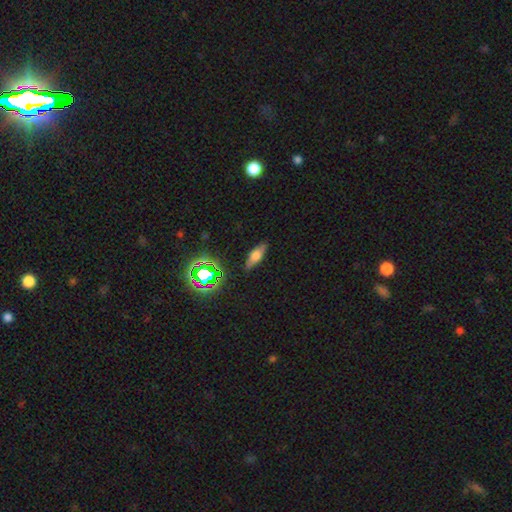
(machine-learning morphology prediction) This appears to be a smooth galaxy with no disk features (47%). Merging: none (86%).